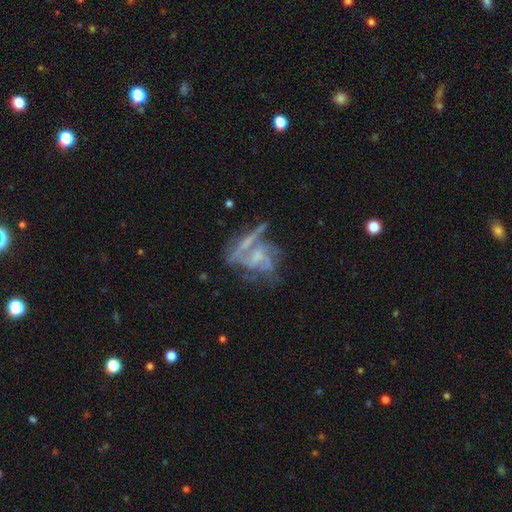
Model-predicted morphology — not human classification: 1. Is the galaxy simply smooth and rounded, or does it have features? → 72% featured or disk, 16% smooth, 12% star or artifact.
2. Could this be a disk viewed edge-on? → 93% no, 7% yes.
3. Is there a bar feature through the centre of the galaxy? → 59% no, 30% weak, 11% strong.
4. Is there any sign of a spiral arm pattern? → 67% yes, 33% no.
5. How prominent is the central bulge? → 42% small, 29% none, 24% moderate, 3% large, 2% dominant.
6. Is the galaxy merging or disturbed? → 30% none, 29% major disturbance, 27% merger, 14% minor disturbance.